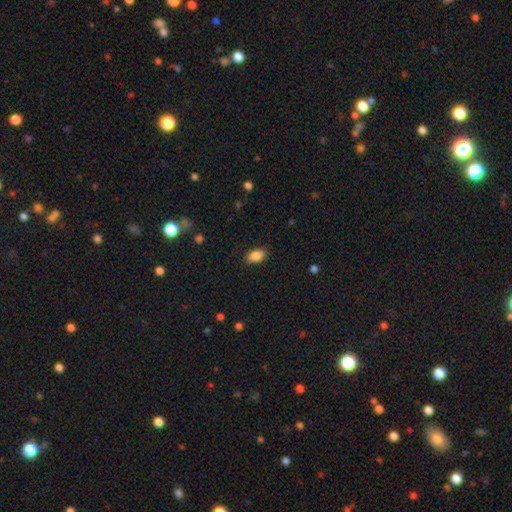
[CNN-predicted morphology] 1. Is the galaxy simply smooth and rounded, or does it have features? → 87% smooth, 8% star or artifact, 4% featured or disk.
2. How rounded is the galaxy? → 91% in between, 7% round, 2% cigar-shaped.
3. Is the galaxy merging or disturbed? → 86% none, 10% minor disturbance, 3% major disturbance, 1% merger.